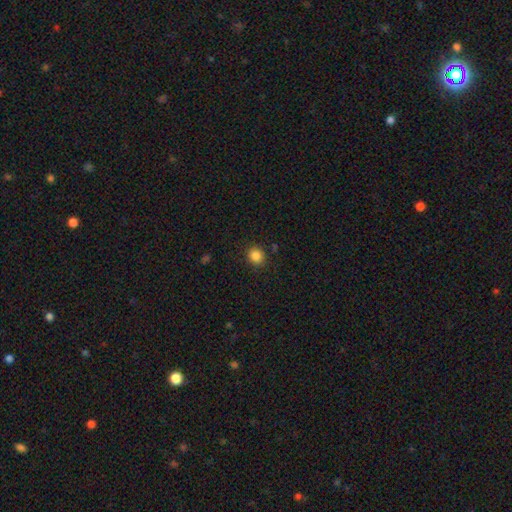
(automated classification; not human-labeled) A smooth galaxy with no disk features (85%) that is round (85%).

Vote fractions:
- Smooth or featured? smooth: 85% / star or artifact: 11% / featured or disk: 4%
- How rounded? round: 85% / in between: 14% / cigar-shaped: 1%
- Merging? none: 87% / minor disturbance: 8% / major disturbance: 3% / merger: 2%